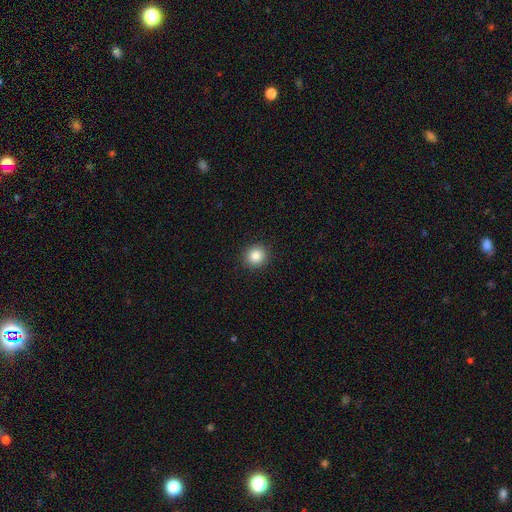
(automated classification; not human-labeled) Smooth or featured? Predicted: smooth (p=0.85). How rounded? Predicted: round (p=0.91). Merging? Predicted: none (p=0.92).